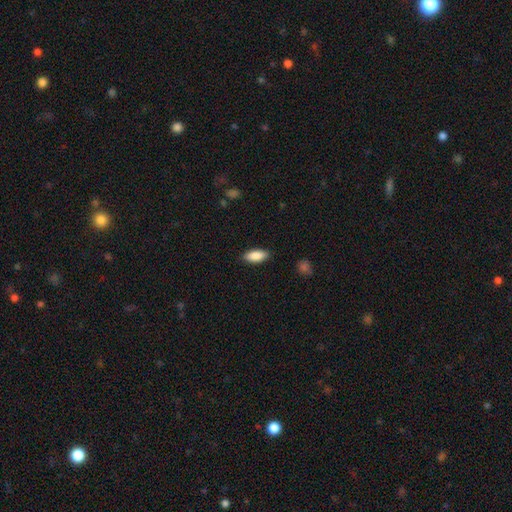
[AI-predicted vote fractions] Overall: smooth (88%). How rounded: in between (84%). Merging: none (87%).